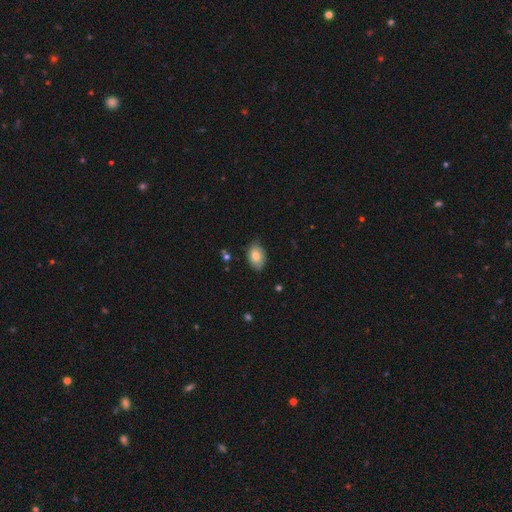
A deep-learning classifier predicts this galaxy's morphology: Smooth or featured: smooth — 79% (featured or disk — 13%)
How rounded: in between — 88% (round — 11%)
Merging: none — 77% (minor disturbance — 19%)